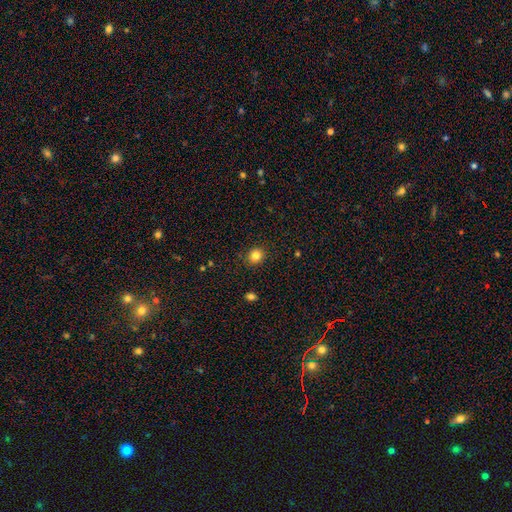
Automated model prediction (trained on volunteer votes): smooth_or_featured: smooth (p=0.83) [alt: star or artifact p=0.12]
how_rounded: round (p=0.81) [alt: in between p=0.18]
merging: none (p=0.90) [alt: minor disturbance p=0.07]